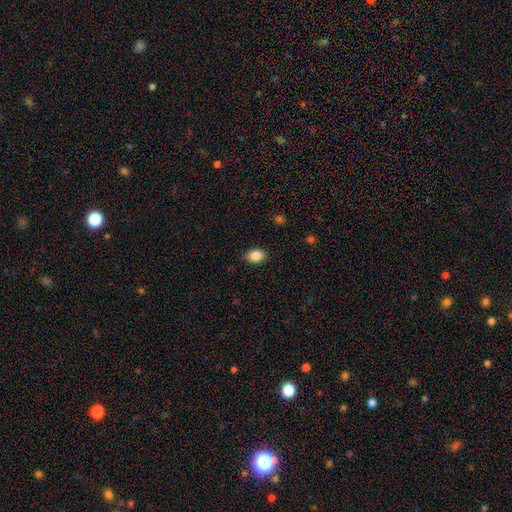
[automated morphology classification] Smooth or featured? smooth (85%)
How rounded? in between (74%)
Merging? none (86%)